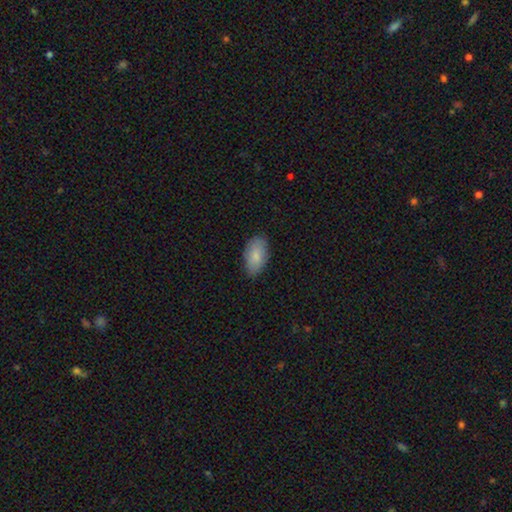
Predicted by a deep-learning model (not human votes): Smooth or featured? Predicted: smooth (p=0.84). How rounded? Predicted: in between (p=0.94). Merging? Predicted: none (p=0.83).